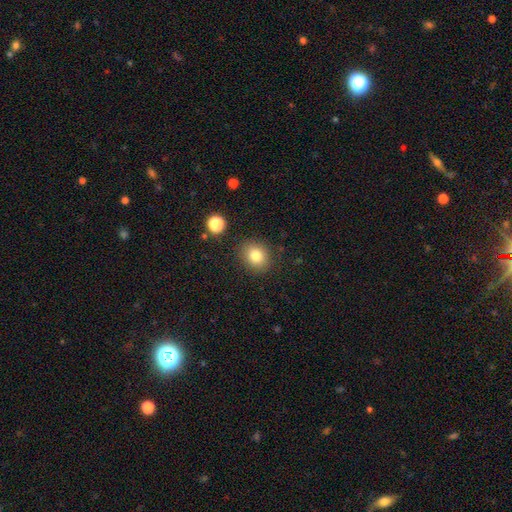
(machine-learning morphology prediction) Smooth or featured? smooth (81%)
How rounded? round (66%)
Merging? none (87%)